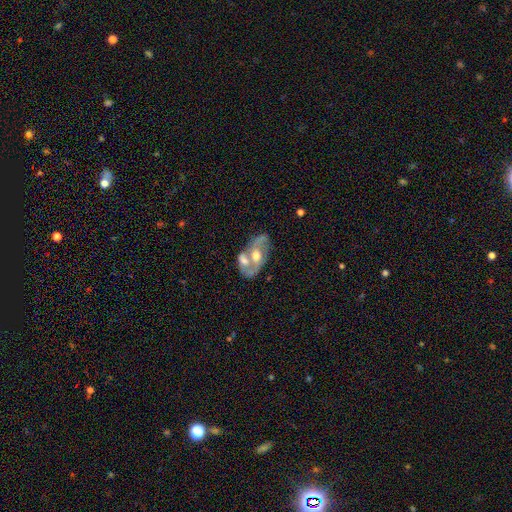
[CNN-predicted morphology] This appears to be a featured or disk galaxy (77%) with no bar (56%), 2 (81%) medium (46%) spiral arms (74%) and a moderate central bulge (72%). Merging: none (47%).